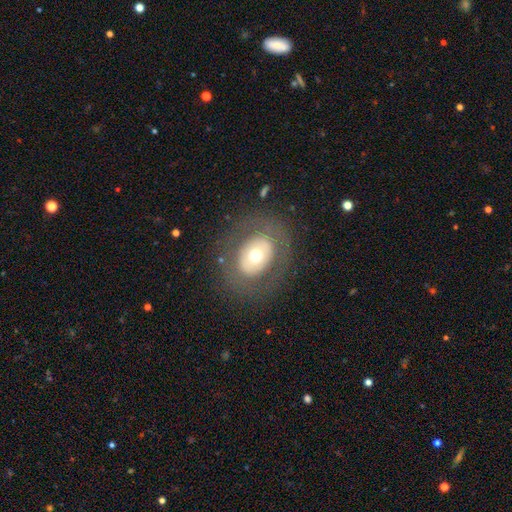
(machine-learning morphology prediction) This is possibly a smooth galaxy (52%). How rounded: possibly in between (56%). Merging: likely none (79%).